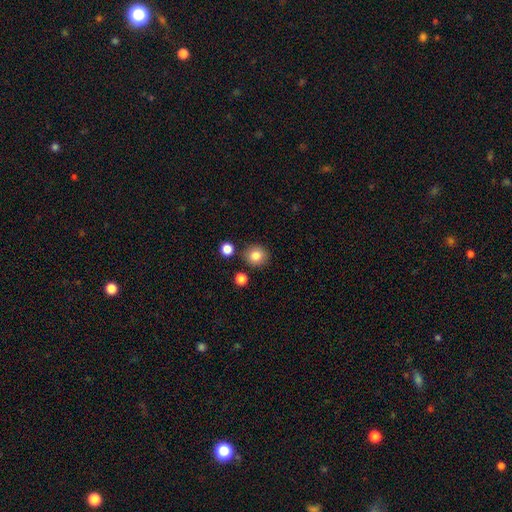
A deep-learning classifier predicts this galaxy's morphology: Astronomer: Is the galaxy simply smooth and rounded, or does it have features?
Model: smooth — 83%.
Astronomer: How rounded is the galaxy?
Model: round — 89%.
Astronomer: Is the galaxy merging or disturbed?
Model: none — 87%.